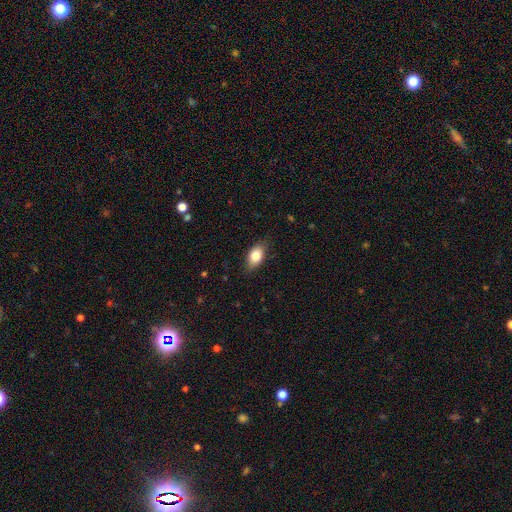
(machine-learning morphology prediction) smooth_or_featured: smooth (p=0.81) [alt: featured or disk p=0.11]
how_rounded: in between (p=0.88) [alt: round p=0.08]
merging: none (p=0.81) [alt: minor disturbance p=0.15]